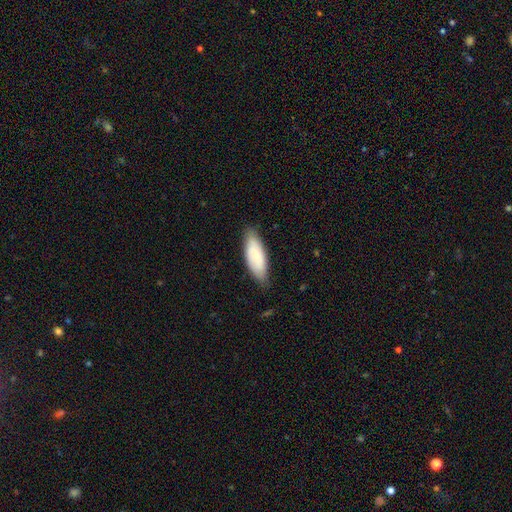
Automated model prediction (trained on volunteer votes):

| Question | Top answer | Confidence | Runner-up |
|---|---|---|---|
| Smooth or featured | smooth | 73% | featured or disk (21%) |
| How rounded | in between | 72% | cigar-shaped (26%) |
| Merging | none | 77% | minor disturbance (19%) |